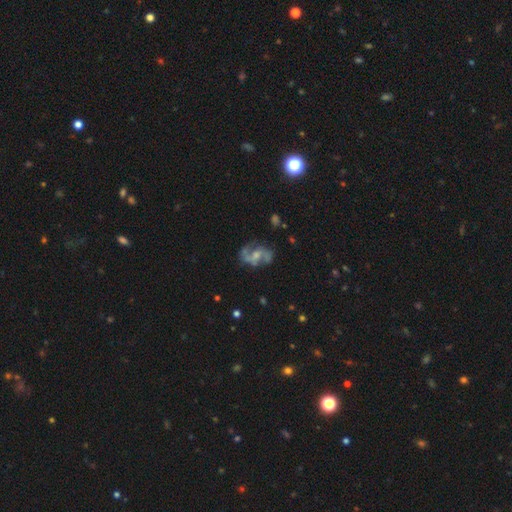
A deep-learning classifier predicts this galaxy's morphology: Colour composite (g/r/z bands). It shows a featured or disk galaxy (82%) with no bar (46%), 2 (87%) loose (47%) spiral arms (92%) and a small central bulge (42%). Merging: none (64%).